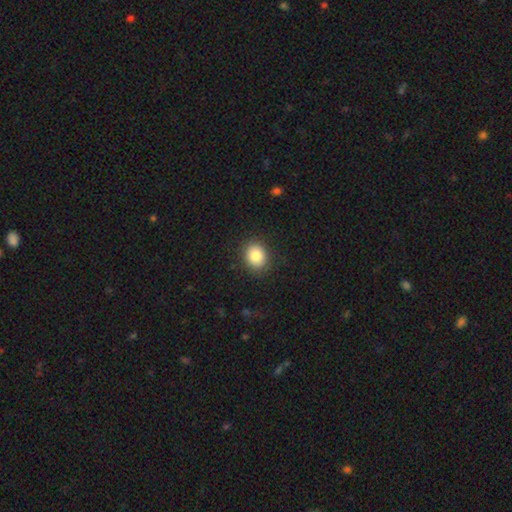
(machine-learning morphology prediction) Q: Smooth or featured?
A: smooth (84%); runner-up: star or artifact (9%)
Q: How rounded?
A: round (61%); runner-up: in between (38%)
Q: Merging?
A: none (88%); runner-up: minor disturbance (8%)